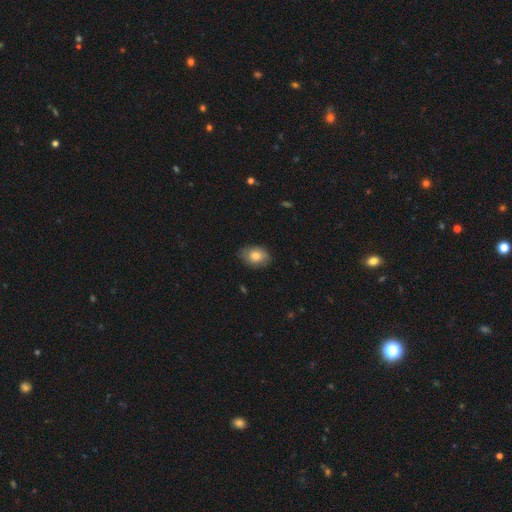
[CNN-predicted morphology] Smooth or featured? Predicted: smooth (p=0.80). How rounded? Predicted: in between (p=0.75). Merging? Predicted: none (p=0.79).